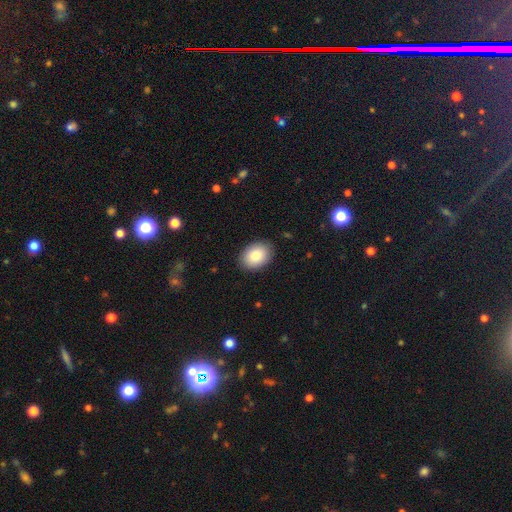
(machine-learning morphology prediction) Smooth or featured? Predicted: smooth (p=0.86). How rounded? Predicted: in between (p=0.75). Merging? Predicted: none (p=0.88).